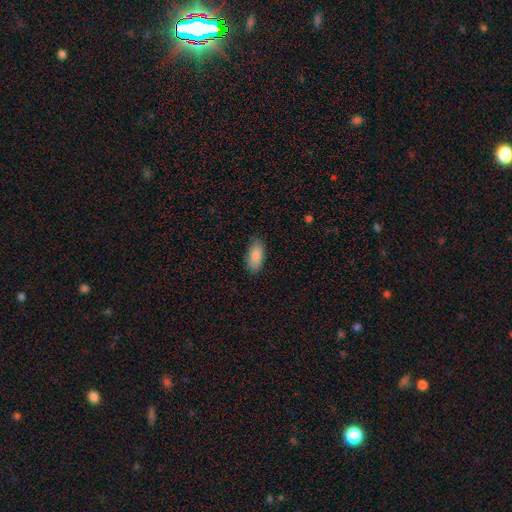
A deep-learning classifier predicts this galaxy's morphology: Smooth or featured? smooth (87%)
How rounded? in between (89%)
Merging? none (83%)